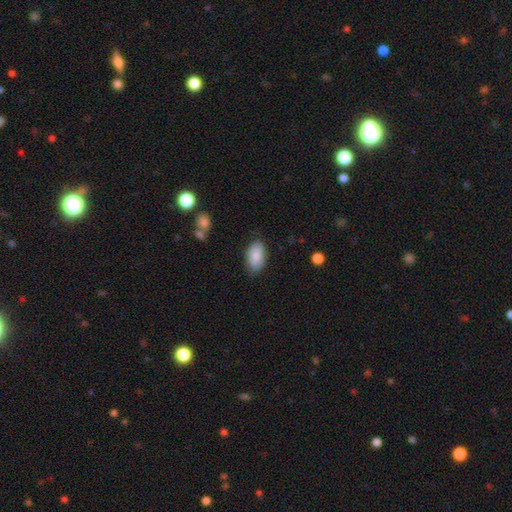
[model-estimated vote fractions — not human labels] Overall: smooth (88%). How rounded: in between (94%). Merging: none (83%).